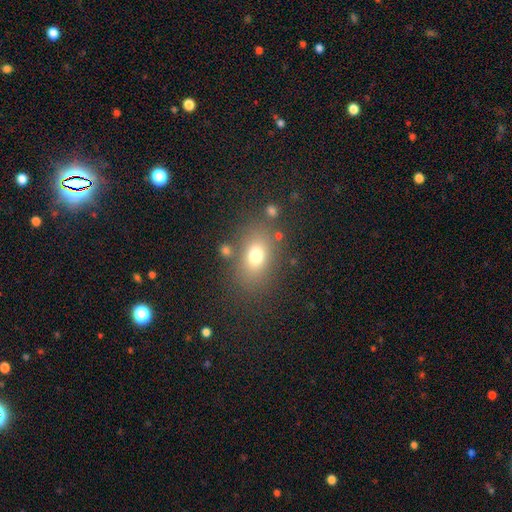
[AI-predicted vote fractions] A smooth galaxy with no disk features (73%) that is in between round and cigar-shaped (75%).

Vote fractions:
- Smooth or featured? smooth: 73% / star or artifact: 14% / featured or disk: 13%
- How rounded? in between: 75% / round: 23% / cigar-shaped: 2%
- Merging? none: 75% / minor disturbance: 13% / major disturbance: 7% / merger: 6%